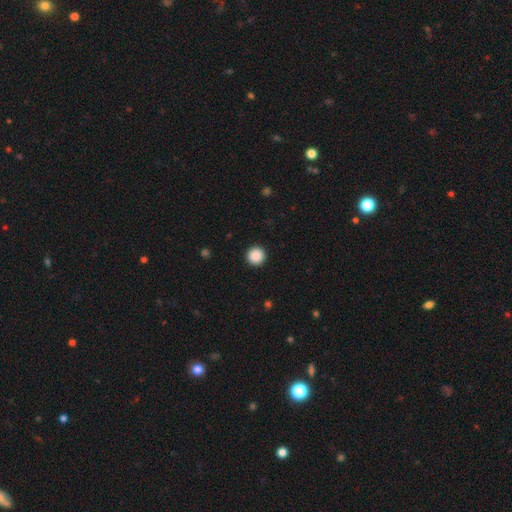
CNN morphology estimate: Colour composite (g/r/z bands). It shows a smooth galaxy with no disk features (89%) that is round (96%). Merging: none (93%).